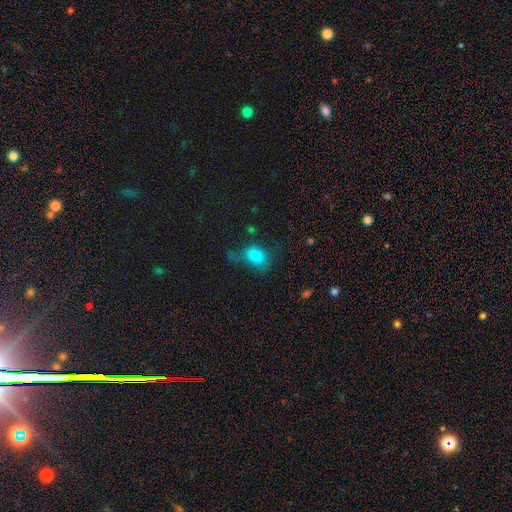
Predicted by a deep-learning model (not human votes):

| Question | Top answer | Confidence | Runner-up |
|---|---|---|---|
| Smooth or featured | smooth | 79% | star or artifact (11%) |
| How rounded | in between | 77% | round (21%) |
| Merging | none | 38% | minor disturbance (29%) |